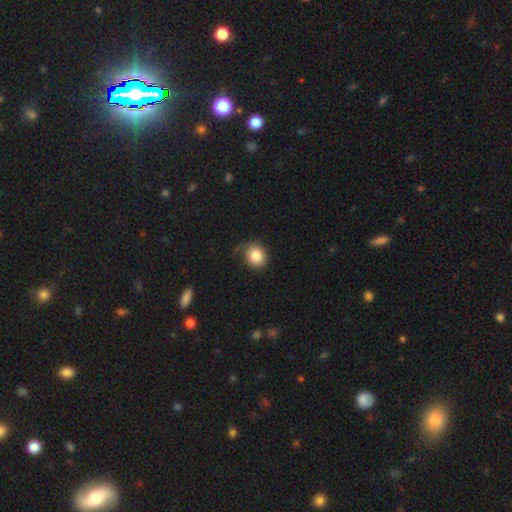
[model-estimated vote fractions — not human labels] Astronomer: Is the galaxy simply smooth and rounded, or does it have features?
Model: smooth — 83%.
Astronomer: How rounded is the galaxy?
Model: round — 80%.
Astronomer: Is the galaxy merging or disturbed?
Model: none — 59%.